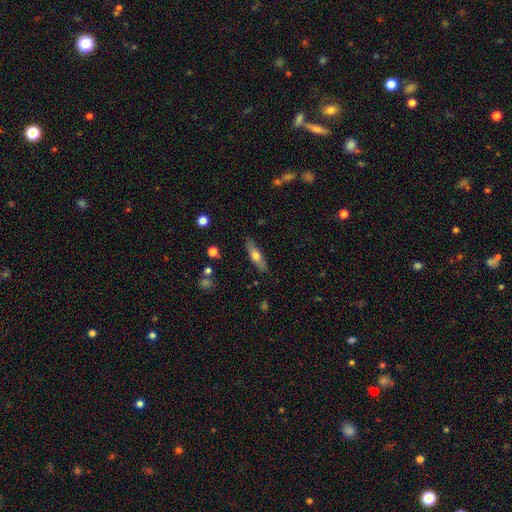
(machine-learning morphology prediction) smooth-or-featured: smooth: 56% | featured or disk: 38% | star or artifact: 6%
  how-rounded: cigar-shaped: 65% | in between: 33% | round: 3%
  merging: none: 86% | minor disturbance: 10% | major disturbance: 2% | merger: 1%